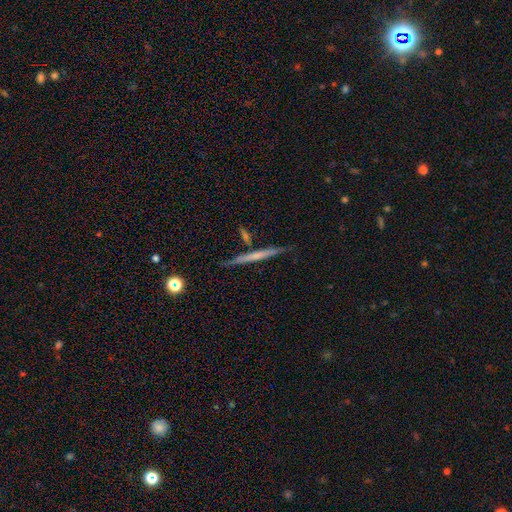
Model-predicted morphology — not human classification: Smooth or featured? Predicted: featured or disk (p=0.49). Merging? Predicted: none (p=0.82).